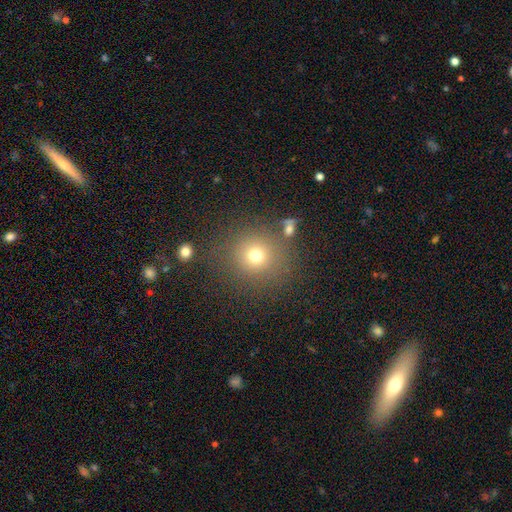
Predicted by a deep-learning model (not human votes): Smooth or featured: smooth — 73% (star or artifact — 17%)
How rounded: round — 90% (in between — 9%)
Merging: none — 80% (minor disturbance — 10%)